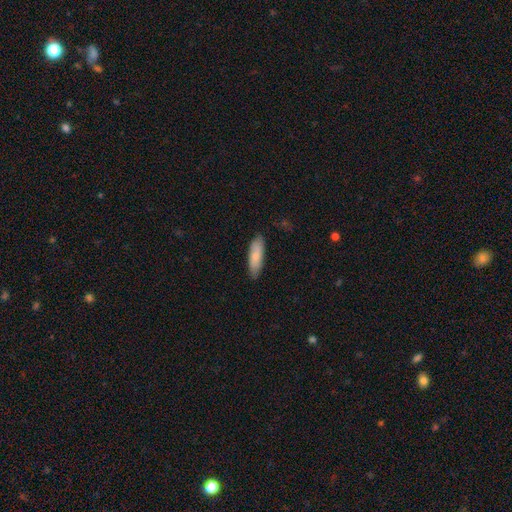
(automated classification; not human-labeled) Smooth or featured: smooth — 81% (featured or disk — 14%)
How rounded: cigar-shaped — 51% (in between — 48%)
Merging: none — 83% (minor disturbance — 14%)